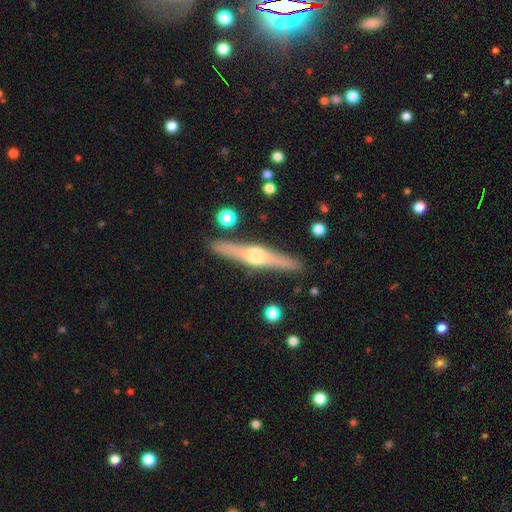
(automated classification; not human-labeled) smooth-or-featured: featured or disk: 72% | smooth: 23% | star or artifact: 5%
  disk-edge-on: yes: 97% | no: 3%
    edge-on-bulge: rounded: 91% | boxy: 6% | none: 3%
  merging: none: 89% | minor disturbance: 7% | merger: 2% | major disturbance: 2%